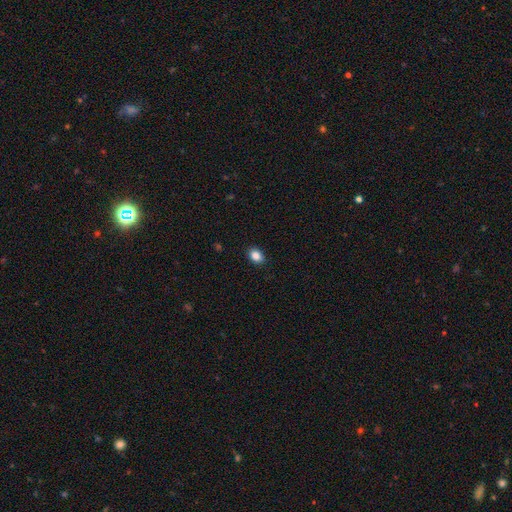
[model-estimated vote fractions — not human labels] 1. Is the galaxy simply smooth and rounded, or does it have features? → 86% smooth, 9% star or artifact, 4% featured or disk.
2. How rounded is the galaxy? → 71% in between, 28% round, 1% cigar-shaped.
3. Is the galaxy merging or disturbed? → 90% none, 7% minor disturbance, 2% major disturbance, 1% merger.